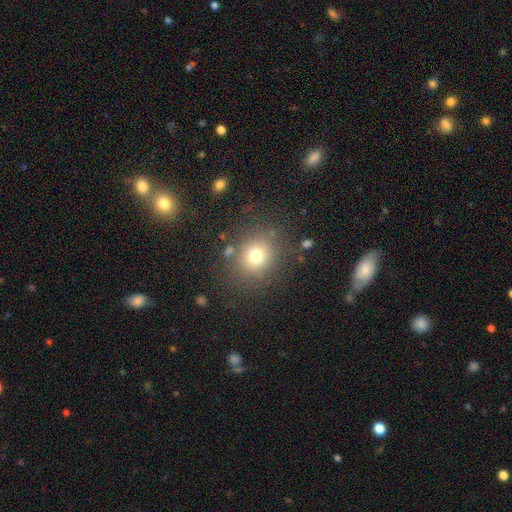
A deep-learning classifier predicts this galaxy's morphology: smooth-or-featured: smooth: 73% | star or artifact: 16% | featured or disk: 11%
  how-rounded: round: 77% | in between: 22% | cigar-shaped: 1%
  merging: none: 80% | minor disturbance: 11% | major disturbance: 6% | merger: 3%